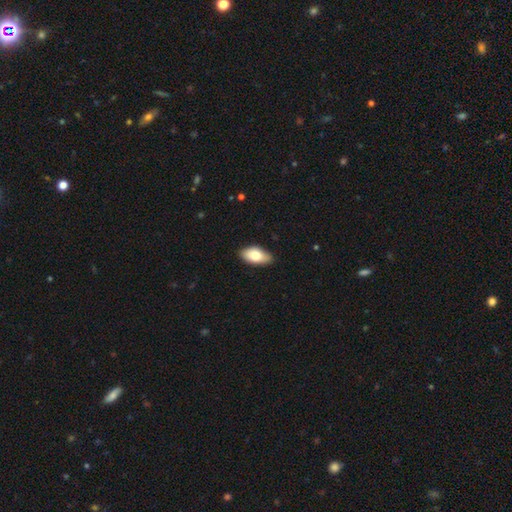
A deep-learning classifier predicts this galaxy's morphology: smooth-or-featured: smooth: 75% | featured or disk: 18% | star or artifact: 6%
  how-rounded: in between: 92% | cigar-shaped: 4% | round: 3%
  merging: none: 86% | minor disturbance: 11% | major disturbance: 2% | merger: 1%